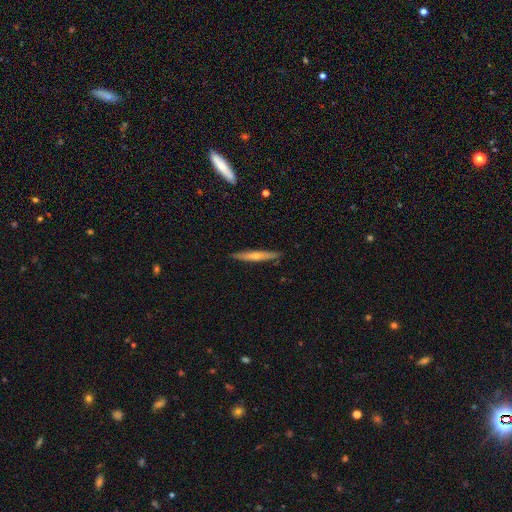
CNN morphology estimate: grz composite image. It shows a featured or disk galaxy (58%) viewed edge-on (95%) with a rounded central bulge (73%). Merging: none (90%).